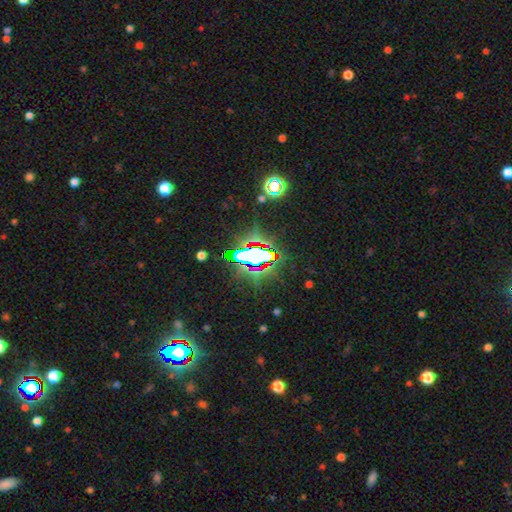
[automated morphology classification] smooth-or-featured: star or artifact: 70% | smooth: 17% | featured or disk: 13%